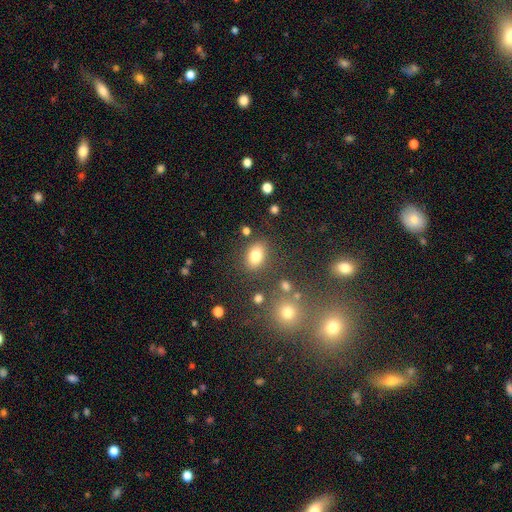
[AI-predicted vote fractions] Overall: smooth (80%). How rounded: in between (80%). Merging: none (79%).